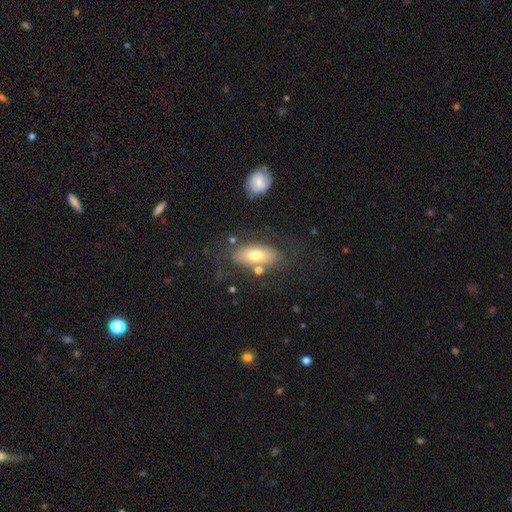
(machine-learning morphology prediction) Smooth or featured? Predicted: smooth (p=0.67). How rounded? Predicted: in between (p=0.88). Merging? Predicted: none (p=0.70).